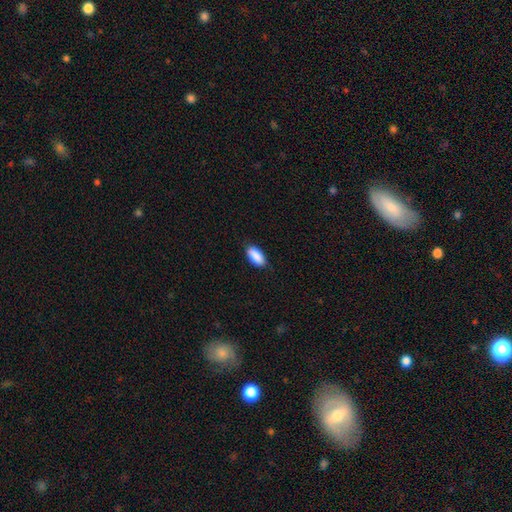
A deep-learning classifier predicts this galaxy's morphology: Overall: smooth (90%). How rounded: in between (89%). Merging: none (83%).